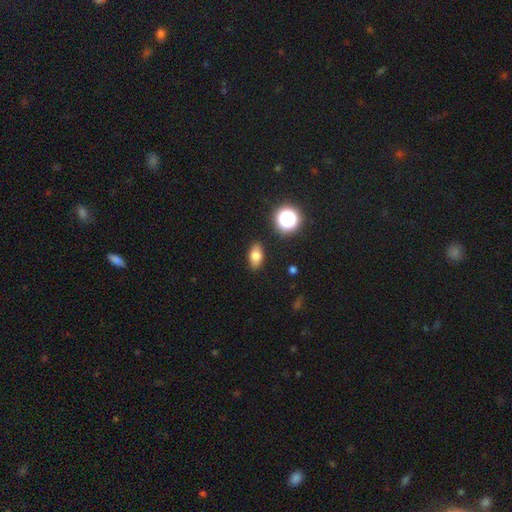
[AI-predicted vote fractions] The model was most divided on "smooth or featured": smooth: 75%, featured or disk: 12%, star or artifact: 12%. More confident: merging — none (88%); how rounded — in between (84%).